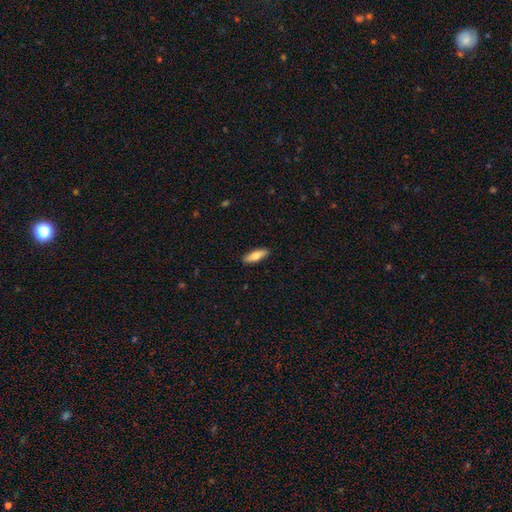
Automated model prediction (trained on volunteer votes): A smooth galaxy with no disk features (68%) that is in between round and cigar-shaped (50%).

Vote fractions:
- Smooth or featured? smooth: 68% / featured or disk: 26% / star or artifact: 6%
- How rounded? in between: 50% / cigar-shaped: 48% / round: 2%
- Merging? none: 90% / minor disturbance: 7% / major disturbance: 2% / merger: 1%